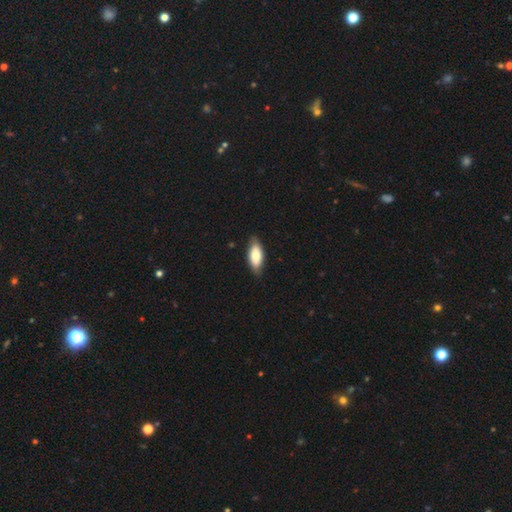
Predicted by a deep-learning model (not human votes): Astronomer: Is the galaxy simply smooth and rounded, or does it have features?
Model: smooth — 76%.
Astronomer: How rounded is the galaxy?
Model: in between — 82%.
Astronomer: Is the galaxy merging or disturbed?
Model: none — 82%.